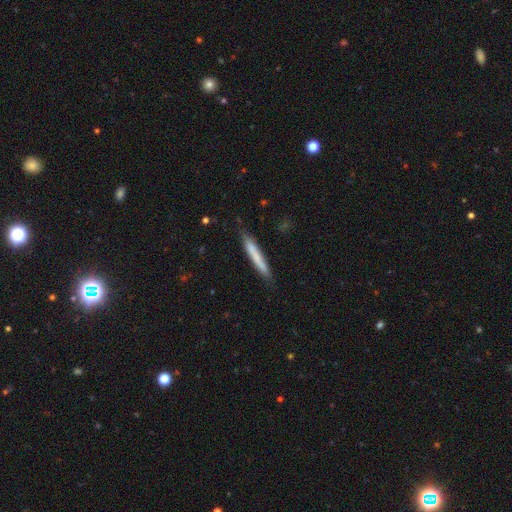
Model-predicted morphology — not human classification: Smooth or featured: smooth — 70% (featured or disk — 25%)
How rounded: cigar-shaped — 96% (in between — 3%)
Merging: none — 81% (minor disturbance — 15%)